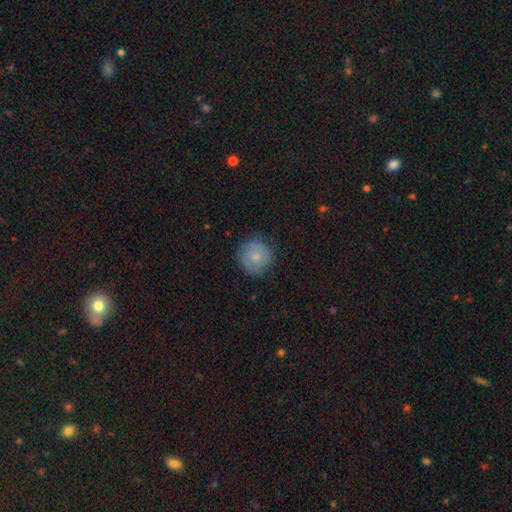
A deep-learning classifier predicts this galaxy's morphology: type=smooth (71%); roundness=round (93%); merging=none (81%).